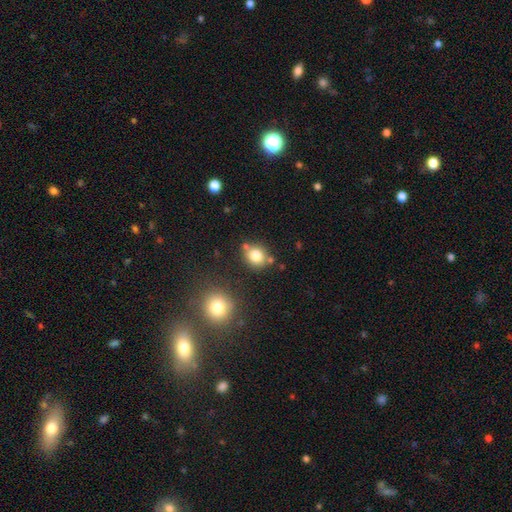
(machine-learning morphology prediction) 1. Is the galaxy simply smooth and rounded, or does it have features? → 79% smooth, 11% star or artifact, 9% featured or disk.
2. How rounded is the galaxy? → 76% round, 23% in between, 1% cigar-shaped.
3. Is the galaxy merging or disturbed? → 71% none, 13% merger, 12% minor disturbance, 4% major disturbance.